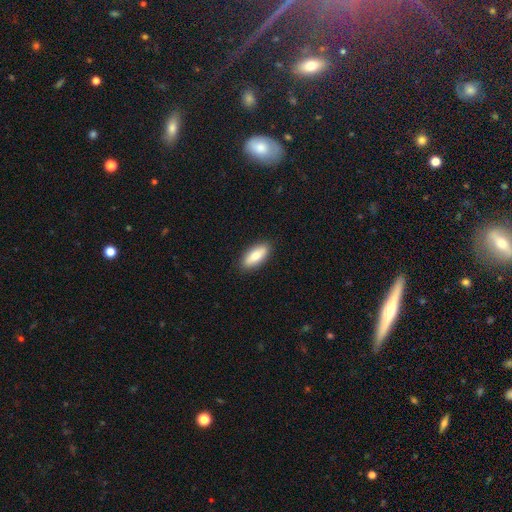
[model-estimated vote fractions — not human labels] Q: Smooth or featured?
A: smooth (78%); runner-up: featured or disk (16%)
Q: How rounded?
A: in between (74%); runner-up: cigar-shaped (24%)
Q: Merging?
A: none (89%); runner-up: minor disturbance (8%)